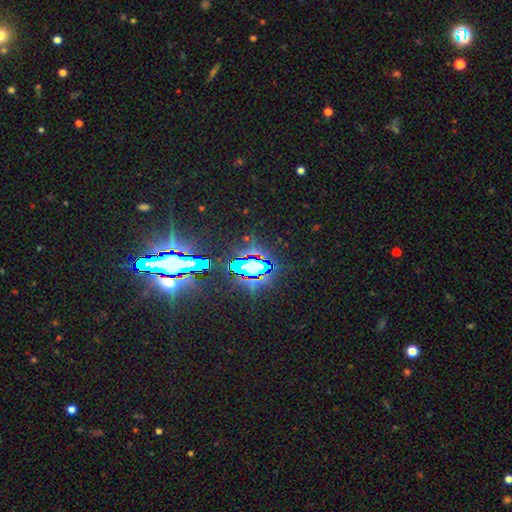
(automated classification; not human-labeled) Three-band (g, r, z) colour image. It shows a star or artifact, not a galaxy (83%).